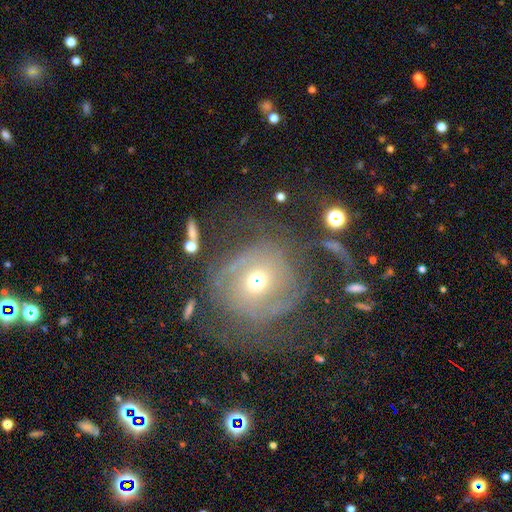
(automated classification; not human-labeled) The model was most divided on "spiral arm count": can't tell: 39%, 2: 32%, 3: 11%, 1: 7%, 4: 6%, more than 4: 5%. More confident: edge-on disk — no (96%); spiral arms — yes (78%); smooth or featured — featured or disk (70%); merging — none (68%); spiral winding — tight (65%); bulge size — moderate (61%); bar — no (56%).